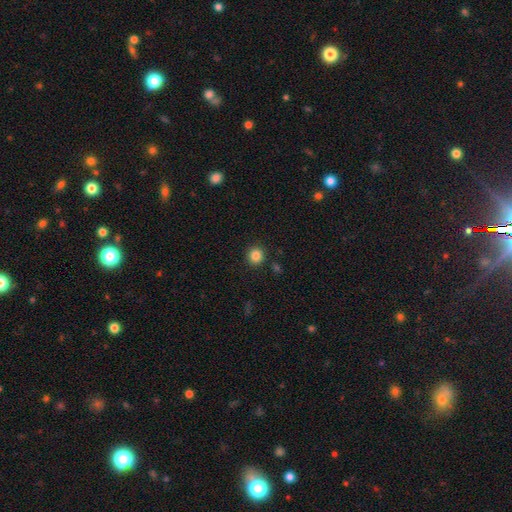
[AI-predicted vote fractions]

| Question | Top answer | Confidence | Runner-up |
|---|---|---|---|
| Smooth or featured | smooth | 85% | star or artifact (11%) |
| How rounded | round | 91% | in between (8%) |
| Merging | none | 90% | minor disturbance (6%) |